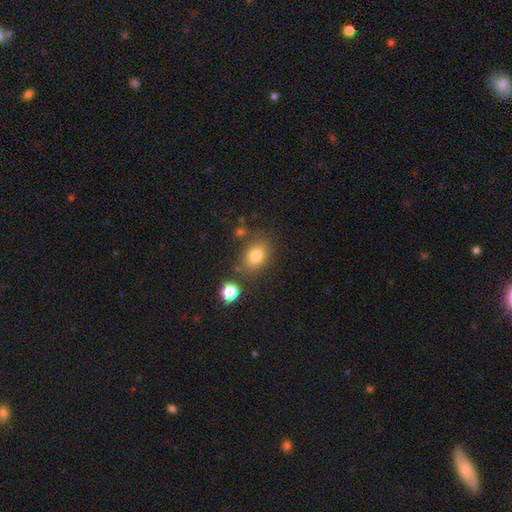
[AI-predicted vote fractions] smooth_or_featured: smooth (p=0.80) [alt: star or artifact p=0.11]
how_rounded: in between (p=0.67) [alt: round p=0.31]
merging: none (p=0.74) [alt: minor disturbance p=0.14]